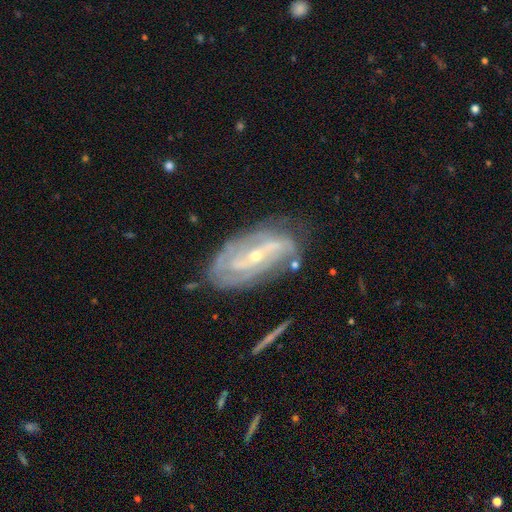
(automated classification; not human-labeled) smooth-or-featured: featured or disk: 86% | smooth: 8% | star or artifact: 6%
  disk-edge-on: no: 93% | yes: 7%
    bar: weak: 34% | strong: 33% | no: 33%
    has-spiral-arms: yes: 93% | no: 7%
      spiral-winding: tight: 49% | medium: 36% | loose: 15%
      spiral-arm-count: 2: 49% | can't tell: 25% | 3: 12% | 4: 5% | 1: 4% | more than 4: 4%
    bulge-size: small: 70% | moderate: 27% | large: 1% | none: 1% | dominant: 1%
  merging: none: 70% | minor disturbance: 20% | major disturbance: 7% | merger: 3%